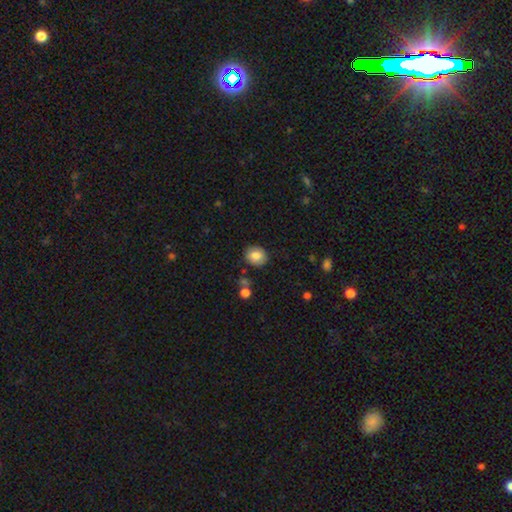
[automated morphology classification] Q: Smooth or featured?
A: smooth (83%); runner-up: star or artifact (9%)
Q: How rounded?
A: round (66%); runner-up: in between (33%)
Q: Merging?
A: none (86%); runner-up: minor disturbance (9%)